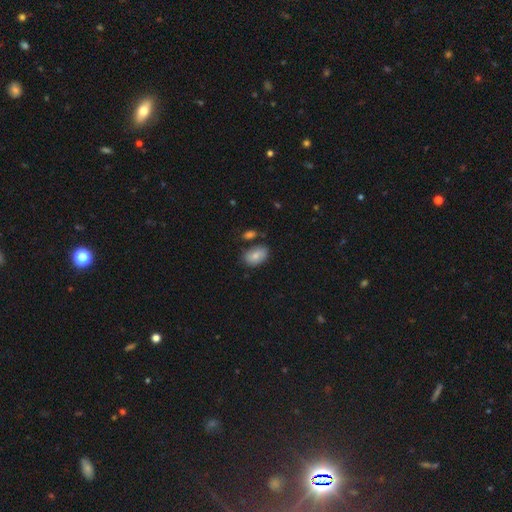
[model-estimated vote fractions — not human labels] A smooth galaxy with no disk features (78%) that is in between round and cigar-shaped (88%).

Vote fractions:
- Smooth or featured? smooth: 78% / featured or disk: 15% / star or artifact: 7%
- How rounded? in between: 88% / round: 10% / cigar-shaped: 1%
- Merging? none: 65% / minor disturbance: 20% / merger: 10% / major disturbance: 5%